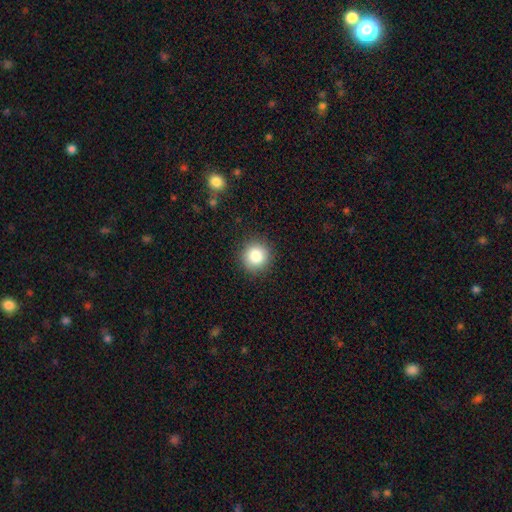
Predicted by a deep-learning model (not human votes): smooth_or_featured: smooth (p=0.84) [alt: star or artifact p=0.10]
how_rounded: round (p=0.93) [alt: in between p=0.06]
merging: none (p=0.90) [alt: minor disturbance p=0.07]